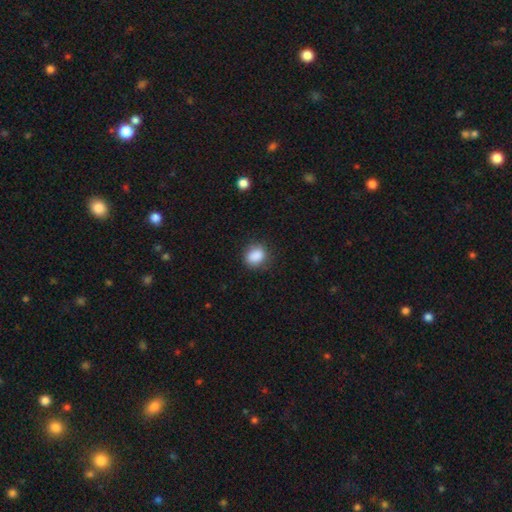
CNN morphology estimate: The model was most divided on "how rounded": round: 54%, in between: 45%, cigar-shaped: 1%. More confident: smooth or featured — smooth (87%); merging — none (79%).